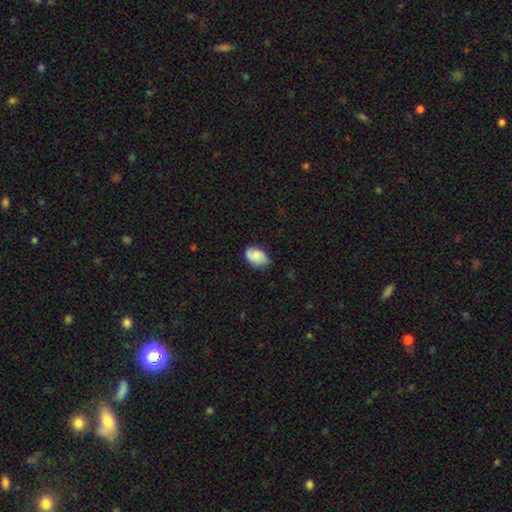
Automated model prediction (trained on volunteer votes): Morphology: type=smooth (73%); roundness=in between (85%); merging=none (70%).